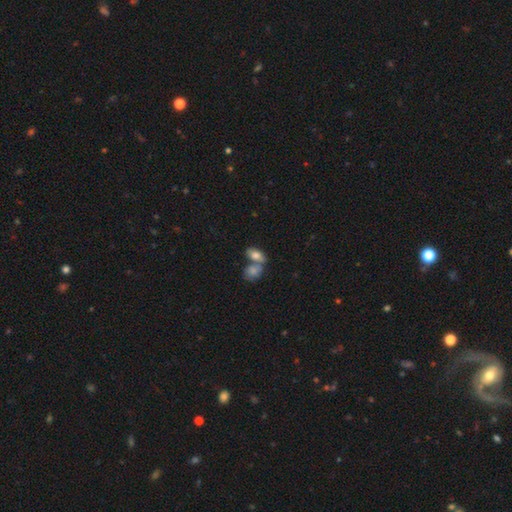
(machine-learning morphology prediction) A smooth galaxy with no disk features (74%) that is in between round and cigar-shaped (86%).

Vote fractions:
- Smooth or featured? smooth: 74% / featured or disk: 17% / star or artifact: 9%
- How rounded? in between: 86% / round: 9% / cigar-shaped: 5%
- Merging? merger: 50% / none: 35% / minor disturbance: 10% / major disturbance: 4%